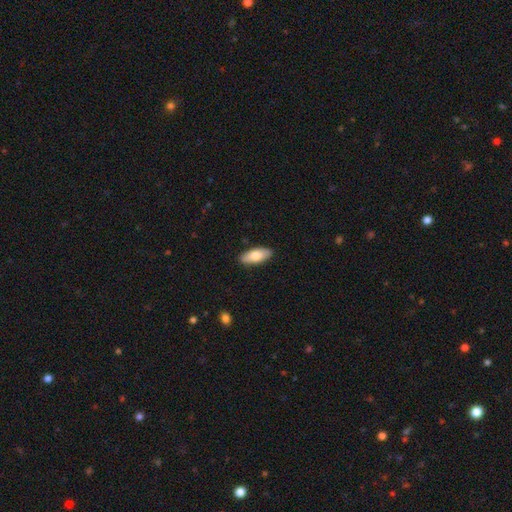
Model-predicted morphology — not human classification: smooth 76%, featured or disk 18%, star or artifact 6%. Down the decision tree: how rounded — in between (82%); merging — none (89%).